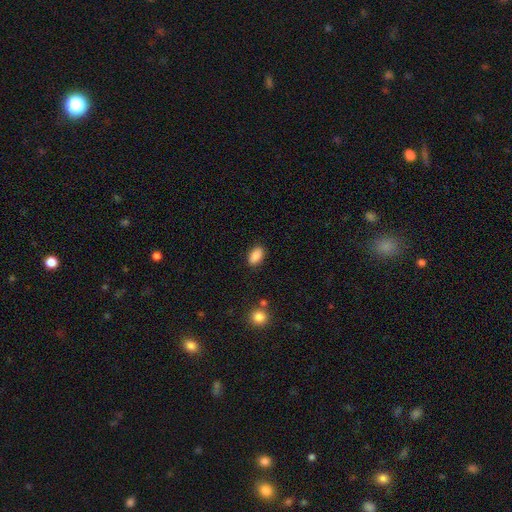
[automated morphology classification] Overall: smooth (89%). How rounded: in between (90%). Merging: none (86%).